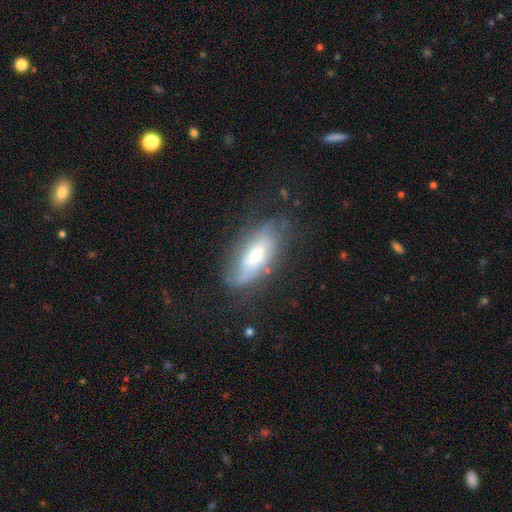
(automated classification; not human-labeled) A featured or disk galaxy (58%). Merging: none (64%).